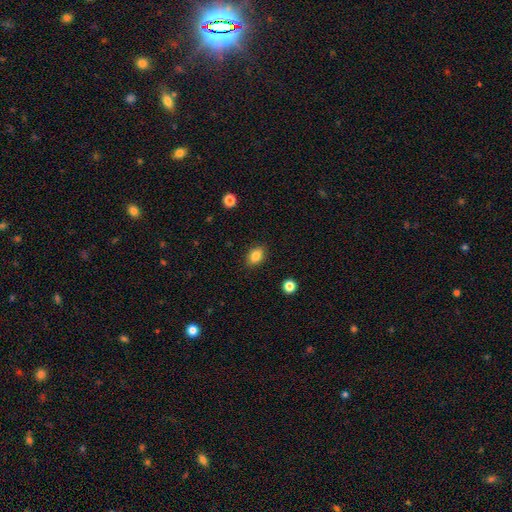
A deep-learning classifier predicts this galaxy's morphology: Q: Smooth or featured?
A: smooth (85%); runner-up: star or artifact (9%)
Q: How rounded?
A: in between (75%); runner-up: round (23%)
Q: Merging?
A: none (87%); runner-up: minor disturbance (9%)